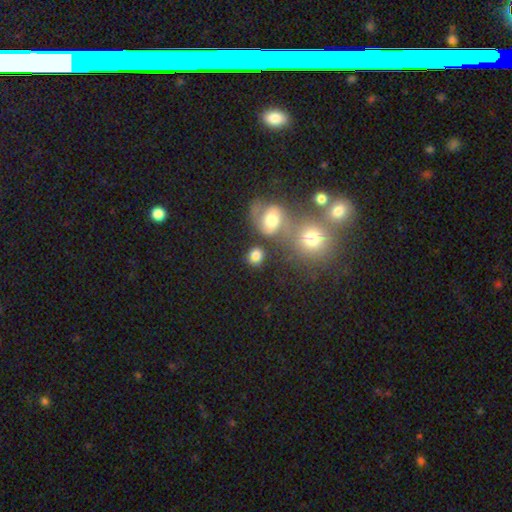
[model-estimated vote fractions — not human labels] A smooth galaxy with no disk features (79%) that is round (73%). Merging: none (64%).